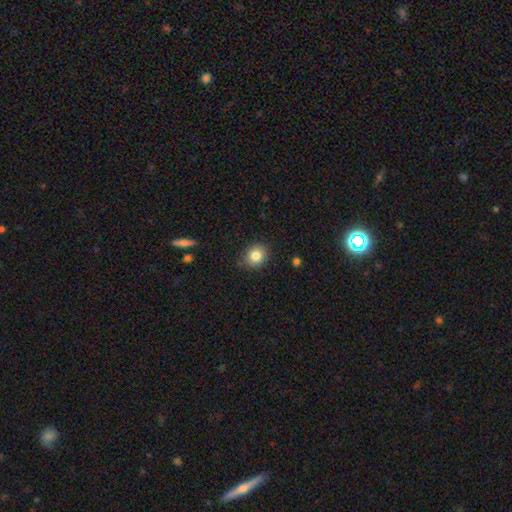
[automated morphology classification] Smooth or featured: smooth — 83% (star or artifact — 10%)
How rounded: round — 76% (in between — 23%)
Merging: none — 87% (minor disturbance — 10%)